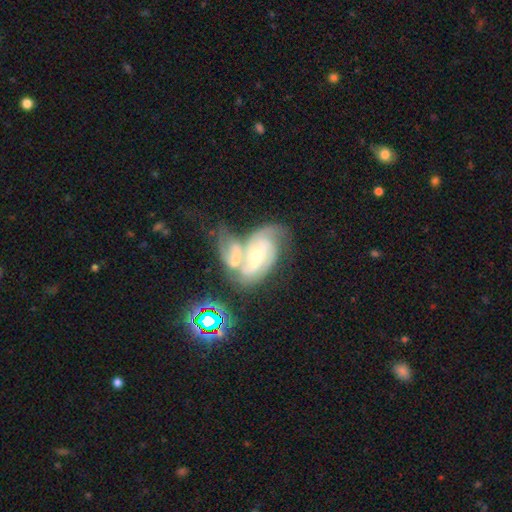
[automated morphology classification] The model was most divided on "spiral winding": medium: 42%, tight: 40%, loose: 17%. Remaining: edge-on disk — no (96%); spiral arms — yes (92%); smooth or featured — featured or disk (78%); merging — merger (58%); bulge size — small (54%); bar — no (47%); spiral arm count — 2 (43%).